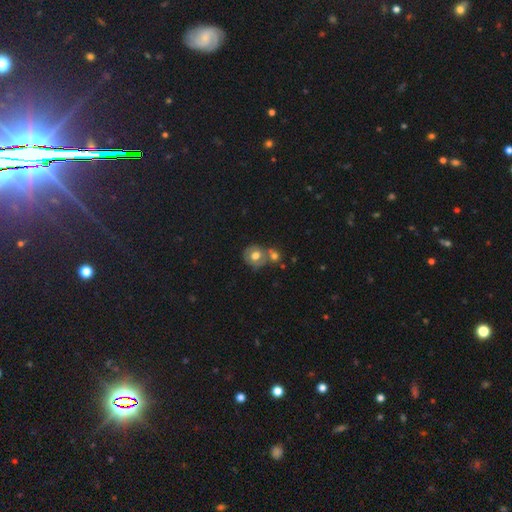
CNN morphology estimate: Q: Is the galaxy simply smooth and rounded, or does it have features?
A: smooth — 61%.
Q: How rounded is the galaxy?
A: round — 74%.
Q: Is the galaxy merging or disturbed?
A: none — 41%.